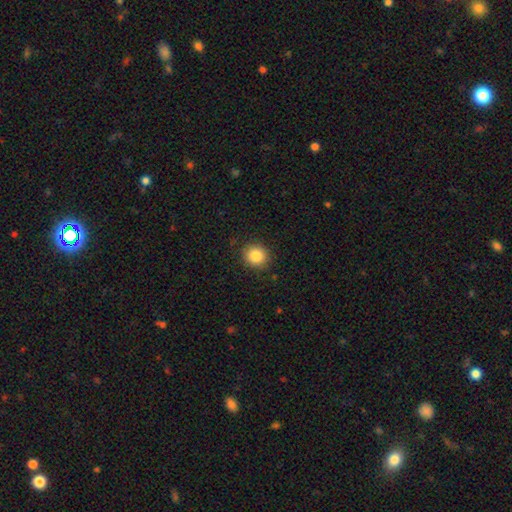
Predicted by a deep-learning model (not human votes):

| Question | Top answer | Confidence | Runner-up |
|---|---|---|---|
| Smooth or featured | smooth | 86% | star or artifact (10%) |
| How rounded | round | 87% | in between (12%) |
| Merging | none | 88% | minor disturbance (8%) |